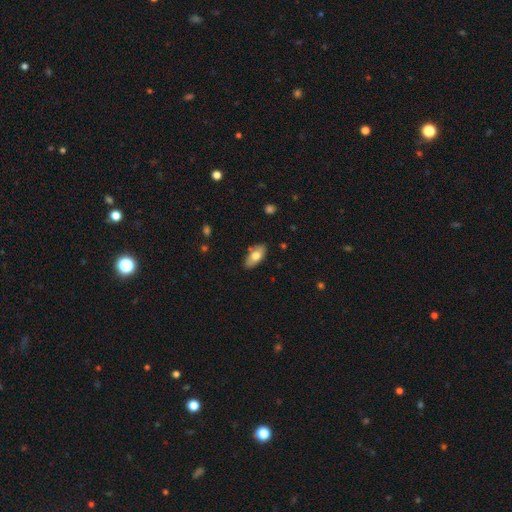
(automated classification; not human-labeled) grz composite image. It shows a smooth galaxy with no disk features (71%) that is in between round and cigar-shaped (91%). Merging: none (81%).